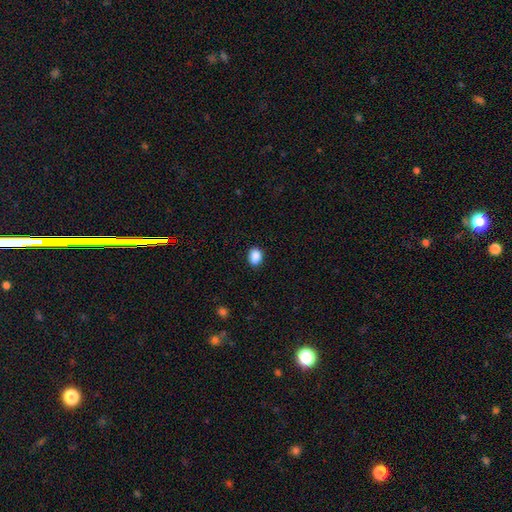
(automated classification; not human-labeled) Smooth or featured: smooth — 89% (star or artifact — 8%)
How rounded: in between — 63% (round — 36%)
Merging: none — 88% (minor disturbance — 9%)